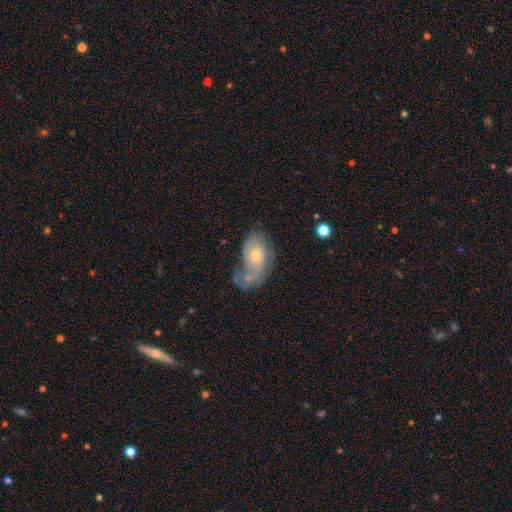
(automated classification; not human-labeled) This appears to be a featured or disk galaxy (49%). Merging: merger (31%).